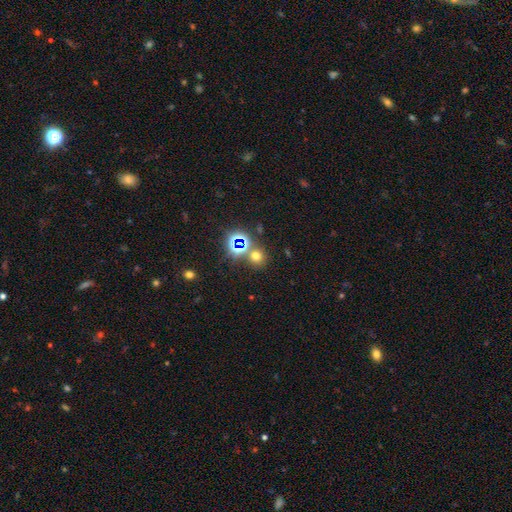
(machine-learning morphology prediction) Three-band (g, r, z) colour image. It shows a smooth galaxy with no disk features (56%) that is round (84%). Merging: none (74%).